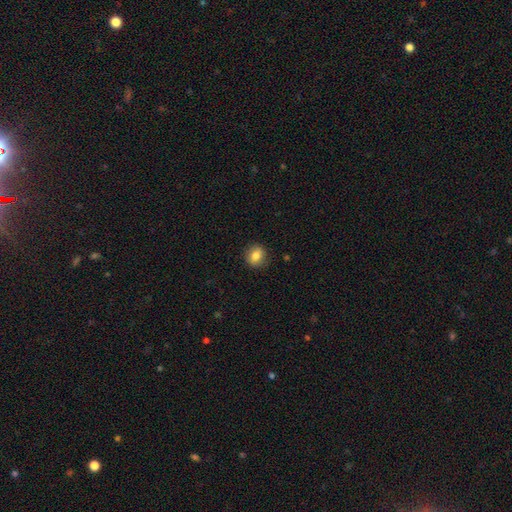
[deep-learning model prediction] A smooth galaxy with no disk features (81%) that is round (74%). Merging: none (89%).